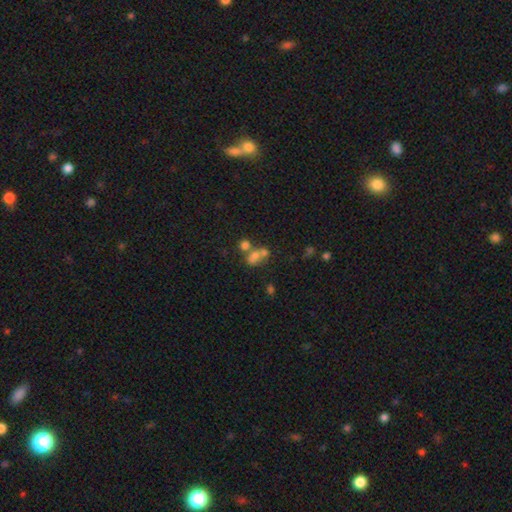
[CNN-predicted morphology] Q: Smooth or featured?
A: smooth (63%); runner-up: featured or disk (20%)
Q: How rounded?
A: round (49%); tied with: in between (49%)
Q: Merging?
A: merger (52%); runner-up: none (31%)